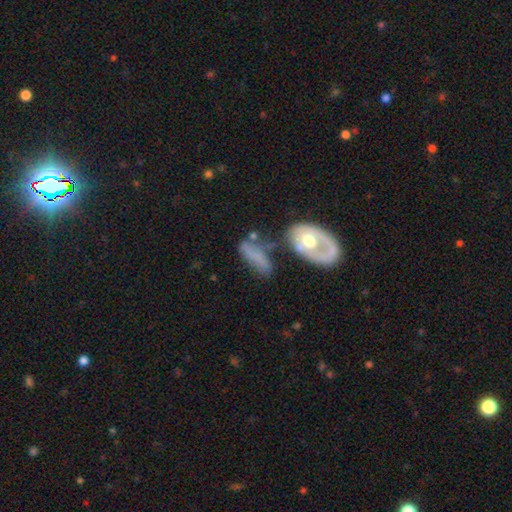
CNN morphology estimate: The model was most divided on "smooth or featured": smooth: 52%, featured or disk: 39%, star or artifact: 9%. Remaining: how rounded — in between (81%); merging — none (38%).